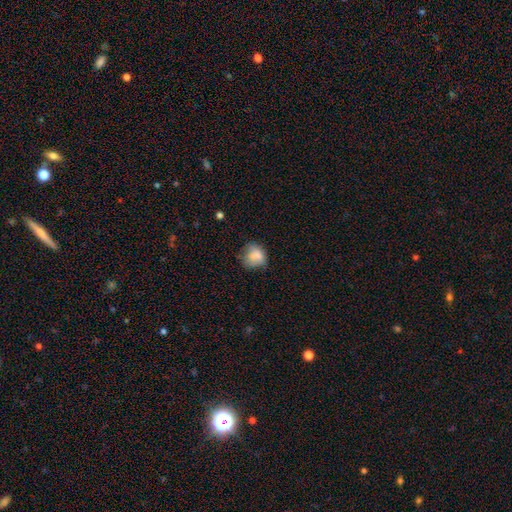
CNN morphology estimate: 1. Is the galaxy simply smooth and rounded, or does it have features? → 79% smooth, 12% featured or disk, 9% star or artifact.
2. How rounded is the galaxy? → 69% round, 30% in between, 1% cigar-shaped.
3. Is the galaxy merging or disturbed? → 54% none, 31% minor disturbance, 12% major disturbance, 3% merger.